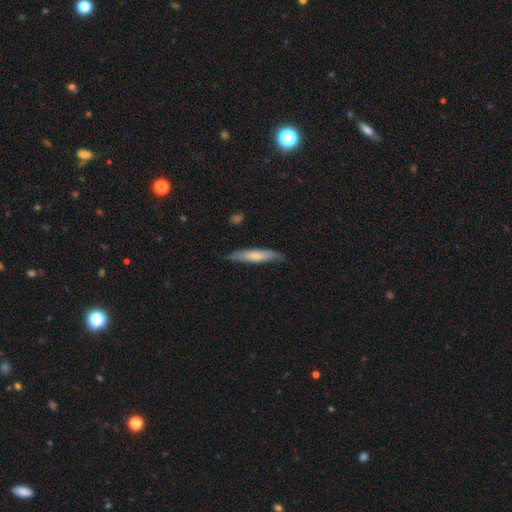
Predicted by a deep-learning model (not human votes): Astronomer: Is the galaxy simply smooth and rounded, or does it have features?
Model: smooth — 59% (runner-up: featured or disk, 36%).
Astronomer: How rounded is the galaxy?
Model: cigar-shaped — 85%.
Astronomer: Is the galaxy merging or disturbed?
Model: none — 73%.